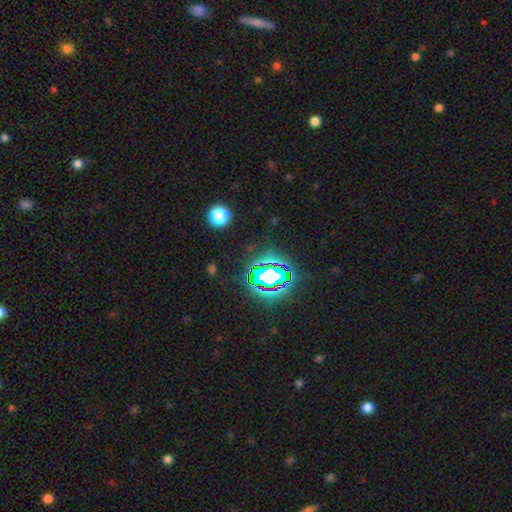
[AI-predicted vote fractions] smooth-or-featured: star or artifact: 82% | smooth: 11% | featured or disk: 7%